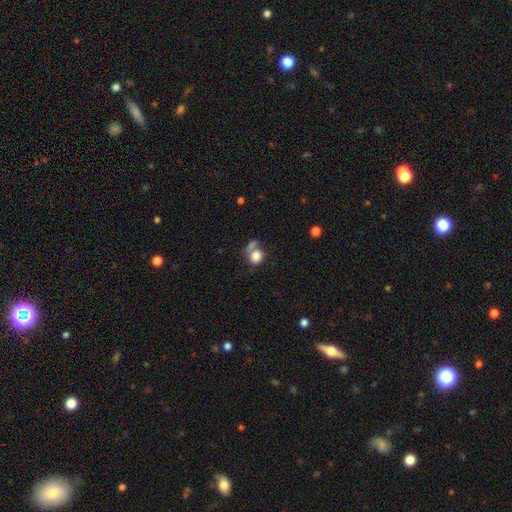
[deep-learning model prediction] smooth 78%, featured or disk 12%, star or artifact 9%. Down the decision tree: how rounded — round (60%); merging — none (37%).